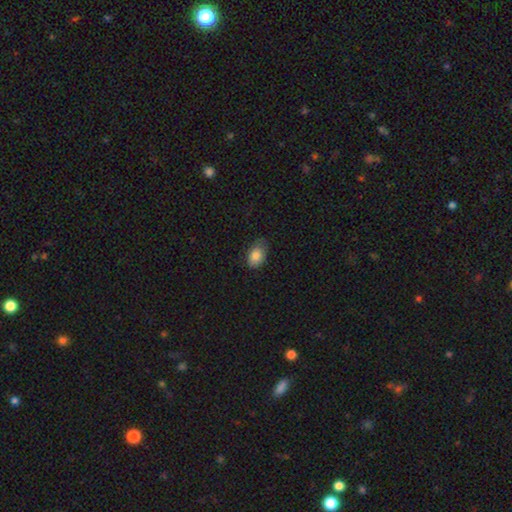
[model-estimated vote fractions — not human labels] A smooth galaxy with no disk features (83%) that is in between round and cigar-shaped (87%). Merging: none (64%).